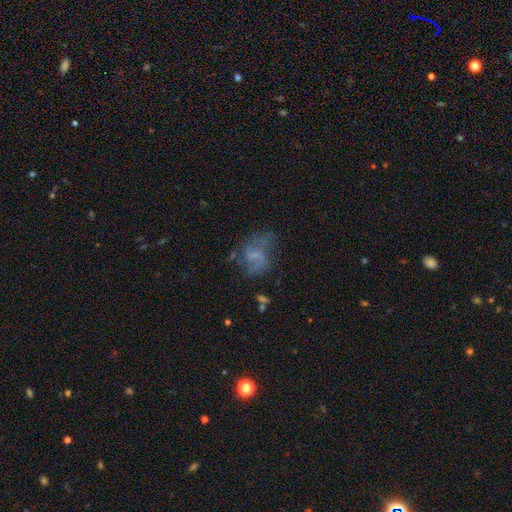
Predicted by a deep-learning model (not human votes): The model was most divided on "bar": no: 51%, weak: 40%, strong: 9%. Remaining: edge-on disk — no (97%); spiral arms — yes (64%); smooth or featured — featured or disk (53%); bulge size — none (49%); merging — none (44%).